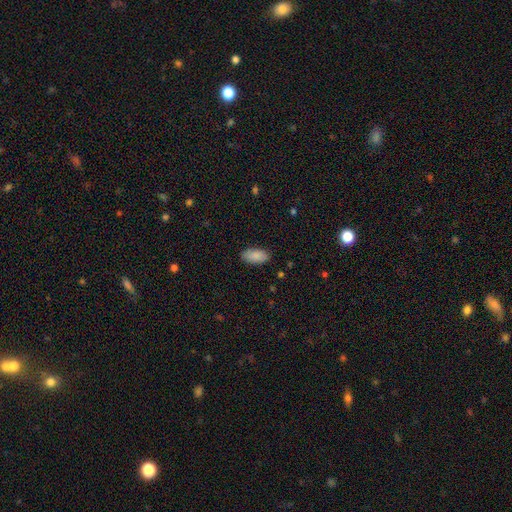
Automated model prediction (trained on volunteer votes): This is clearly a smooth galaxy (87%). How rounded: clearly in between (93%). Merging: clearly none (86%).